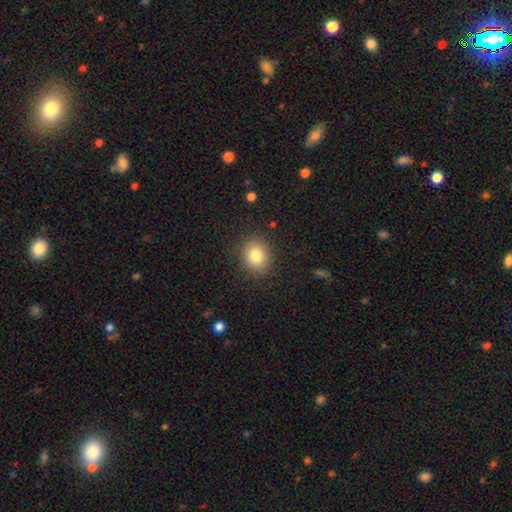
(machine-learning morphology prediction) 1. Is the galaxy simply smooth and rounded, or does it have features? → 81% smooth, 11% star or artifact, 8% featured or disk.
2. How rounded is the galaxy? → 68% round, 31% in between, 1% cigar-shaped.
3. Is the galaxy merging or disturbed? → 88% none, 8% minor disturbance, 3% major disturbance, 1% merger.